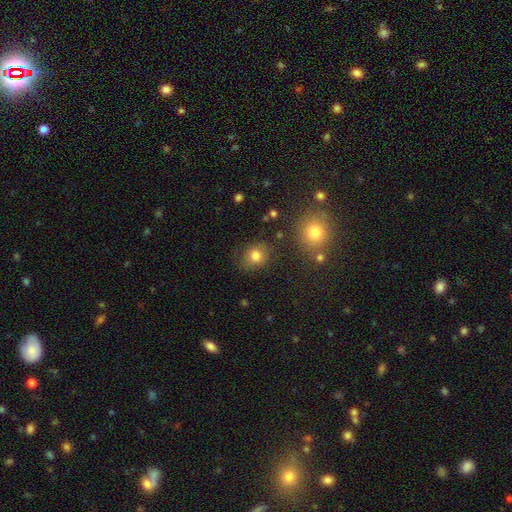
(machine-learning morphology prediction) The model was most divided on "how rounded": round: 70%, in between: 29%, cigar-shaped: 1%. More confident: smooth or featured — smooth (79%); merging — none (79%).